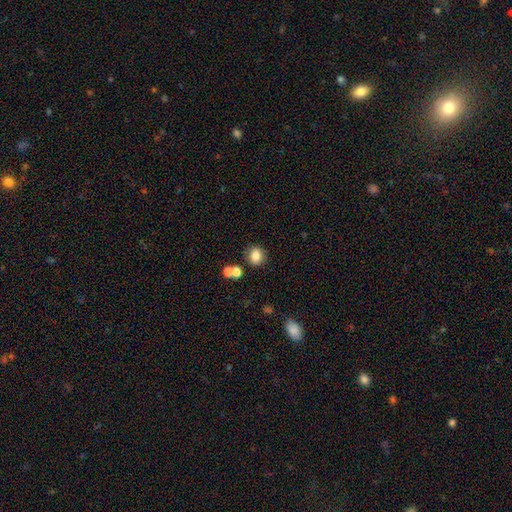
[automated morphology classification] This appears to be a smooth galaxy with no disk features (82%) that is round (63%). Merging: none (79%).